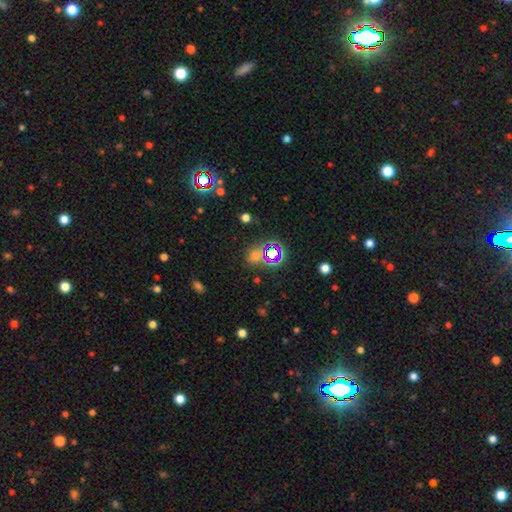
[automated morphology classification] Smooth or featured?
  - star or artifact: 49% *
  - smooth: 41%
  - featured or disk: 10%